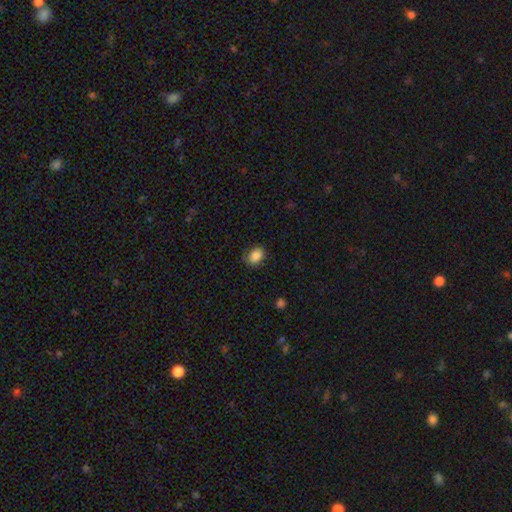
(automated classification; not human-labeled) This is clearly a smooth galaxy (88%). How rounded: likely in between (78%). Merging: likely none (79%).